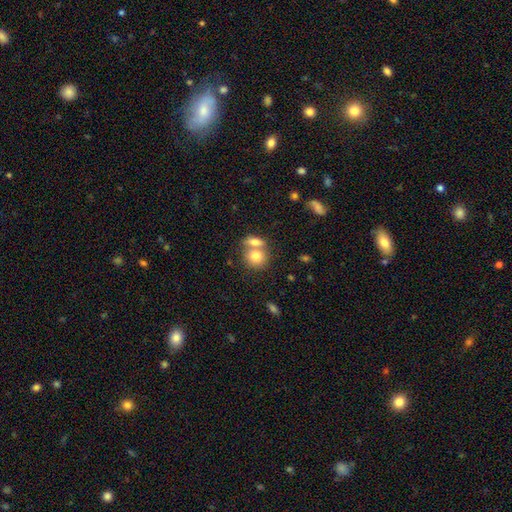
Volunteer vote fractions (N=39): smooth_or_featured: smooth (p=0.79) [alt: featured or disk p=0.10]
how_rounded: round (p=0.58) [alt: in between p=0.42]
merging: merger (p=0.60) [alt: none p=0.29]